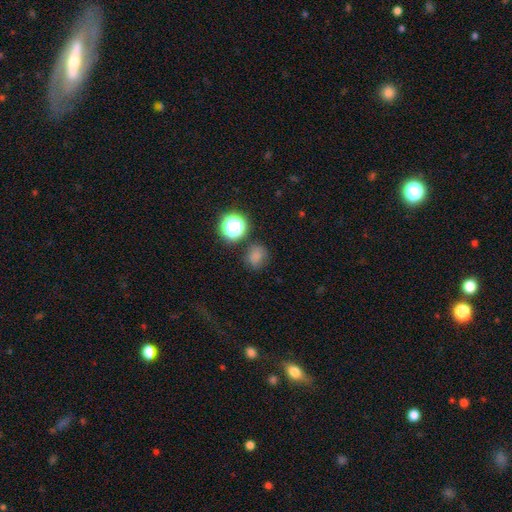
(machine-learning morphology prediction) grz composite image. It shows a smooth galaxy with no disk features (75%) that is round (68%). Merging: none (74%).